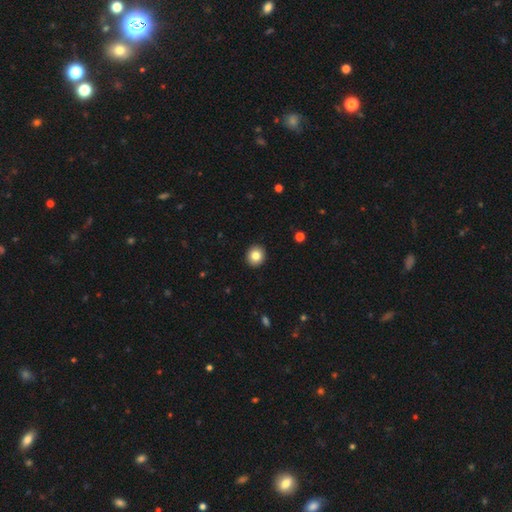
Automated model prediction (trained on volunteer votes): smooth_or_featured: smooth (p=0.83) [alt: star or artifact p=0.10]
how_rounded: round (p=0.84) [alt: in between p=0.15]
merging: none (p=0.93) [alt: minor disturbance p=0.05]